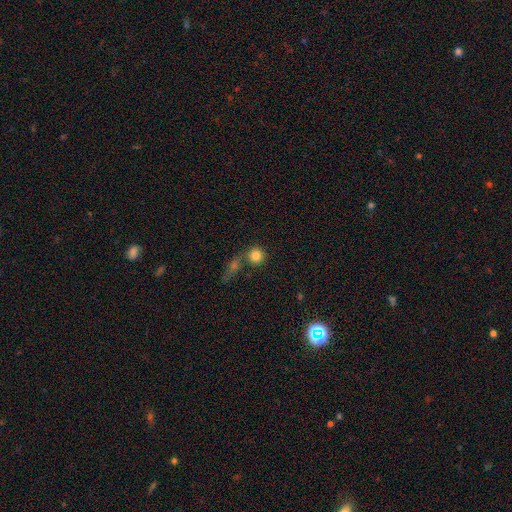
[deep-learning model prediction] Morphology: type=smooth (82%); roundness=round (90%); merging=none (60%).